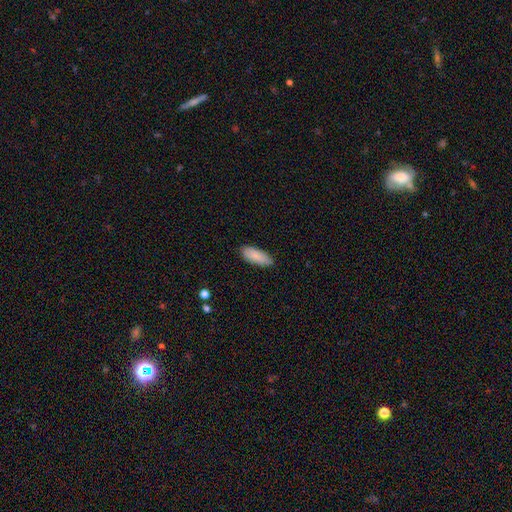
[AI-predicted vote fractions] Smooth or featured?
  - smooth: 86% *
  - featured or disk: 8%
  - star or artifact: 6%
How rounded?
  - in between: 80% *
  - cigar-shaped: 18%
  - round: 2%
Merging?
  - none: 82% *
  - minor disturbance: 14%
  - major disturbance: 2%
  - merger: 1%